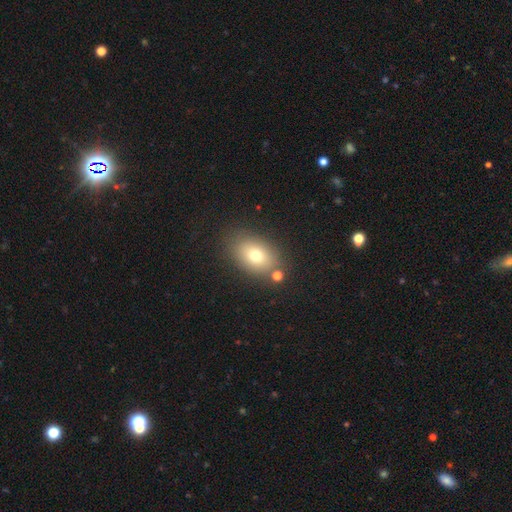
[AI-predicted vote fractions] Smooth or featured?
  - smooth: 74% *
  - featured or disk: 14%
  - star or artifact: 12%
How rounded?
  - in between: 79% *
  - round: 19%
  - cigar-shaped: 1%
Merging?
  - none: 78% *
  - minor disturbance: 12%
  - merger: 7%
  - major disturbance: 4%